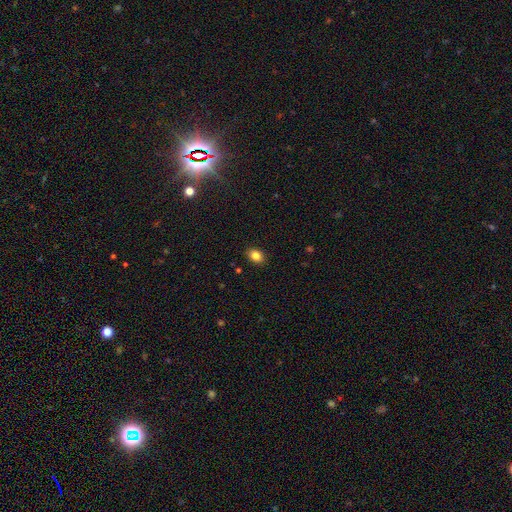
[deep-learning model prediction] smooth 85%, star or artifact 10%, featured or disk 6%. Down the decision tree: how rounded — in between (75%); merging — none (89%).